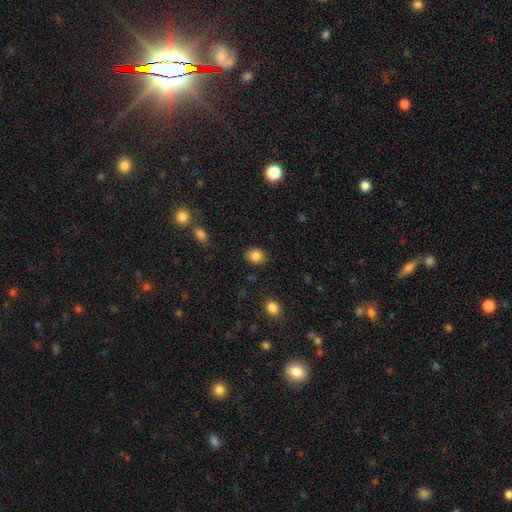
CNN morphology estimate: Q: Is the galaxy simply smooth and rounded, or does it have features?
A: smooth — 84%.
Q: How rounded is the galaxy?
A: in between — 50%.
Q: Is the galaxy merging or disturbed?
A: none — 86%.